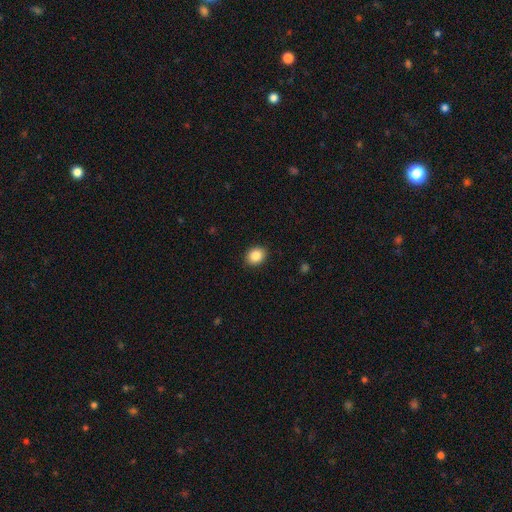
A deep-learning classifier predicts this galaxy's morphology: A smooth galaxy with no disk features (86%) that is round (59%).

Vote fractions:
- Smooth or featured? smooth: 86% / star or artifact: 9% / featured or disk: 5%
- How rounded? round: 59% / in between: 40% / cigar-shaped: 1%
- Merging? none: 90% / minor disturbance: 7% / major disturbance: 2% / merger: 1%